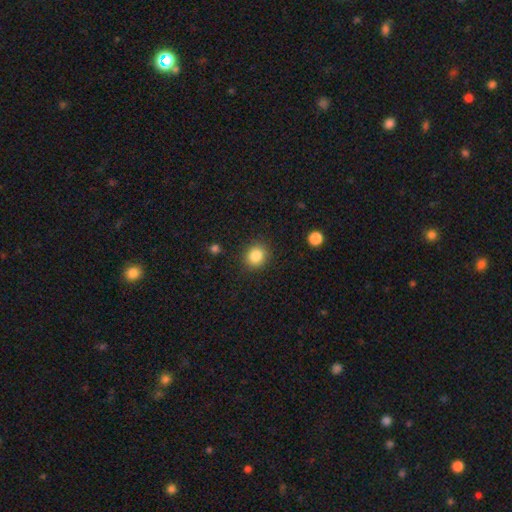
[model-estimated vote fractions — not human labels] Smooth or featured: smooth — 85% (star or artifact — 10%)
How rounded: round — 79% (in between — 20%)
Merging: none — 88% (minor disturbance — 8%)